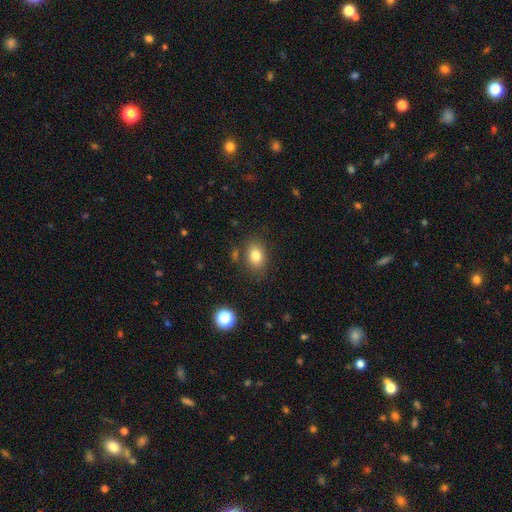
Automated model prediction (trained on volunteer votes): Overall: smooth (81%). How rounded: in between (64%; round 35%). Merging: none (80%).